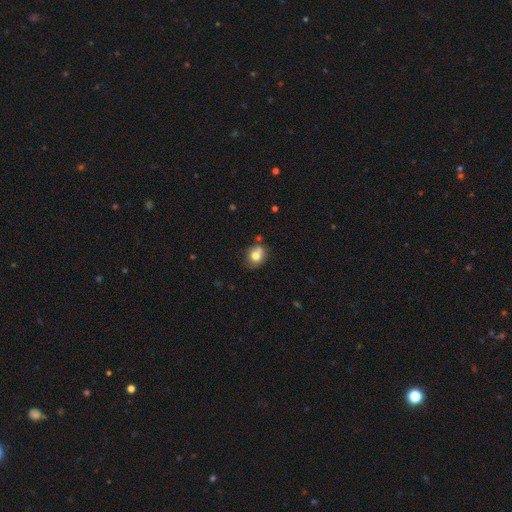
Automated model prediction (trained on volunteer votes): Morphology: type=smooth (75%); roundness=round (61%); merging=none (60%).